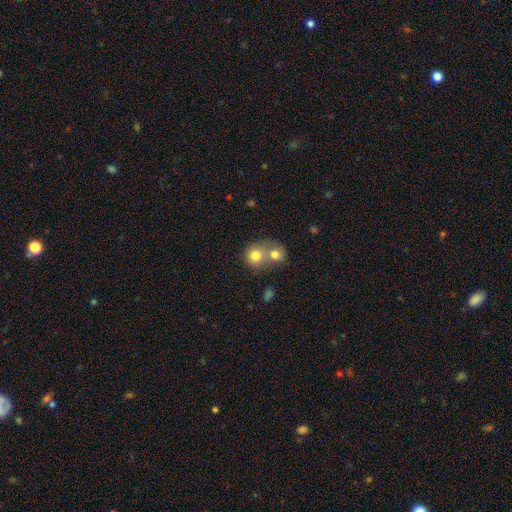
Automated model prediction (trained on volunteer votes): Smooth or featured? smooth (77%)
How rounded? round (79%)
Merging? merger (61%)